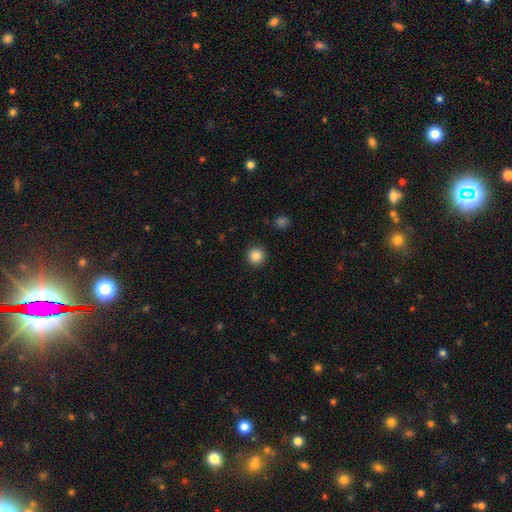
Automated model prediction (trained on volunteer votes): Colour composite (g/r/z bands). It shows a smooth galaxy with no disk features (85%) that is round (96%). Merging: none (93%).